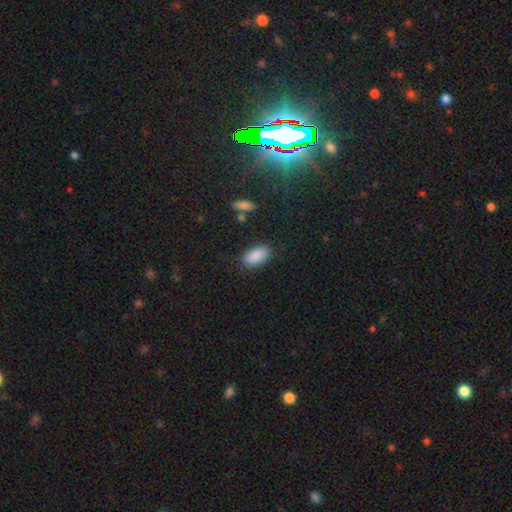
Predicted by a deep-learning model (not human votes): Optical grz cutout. It shows a smooth galaxy with no disk features (89%) that is in between round and cigar-shaped (93%). Merging: none (82%).